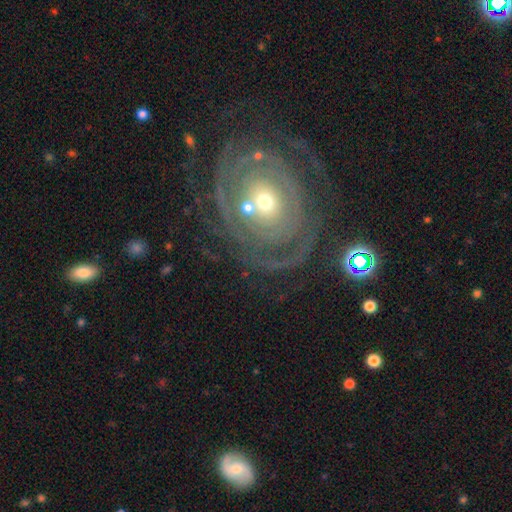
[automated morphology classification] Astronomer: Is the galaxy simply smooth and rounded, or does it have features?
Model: featured or disk — 84%.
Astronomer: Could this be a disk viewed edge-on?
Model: no — 96%.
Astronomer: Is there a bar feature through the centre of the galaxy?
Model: no — 69%.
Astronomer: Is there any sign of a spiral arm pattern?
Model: yes — 89%.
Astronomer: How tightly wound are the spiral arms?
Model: tight — 78%.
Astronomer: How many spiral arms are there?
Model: can't tell — 38% (runner-up: 2, 21%).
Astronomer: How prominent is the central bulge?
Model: small — 54% (runner-up: moderate, 41%).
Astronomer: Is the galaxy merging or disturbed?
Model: none — 69%.